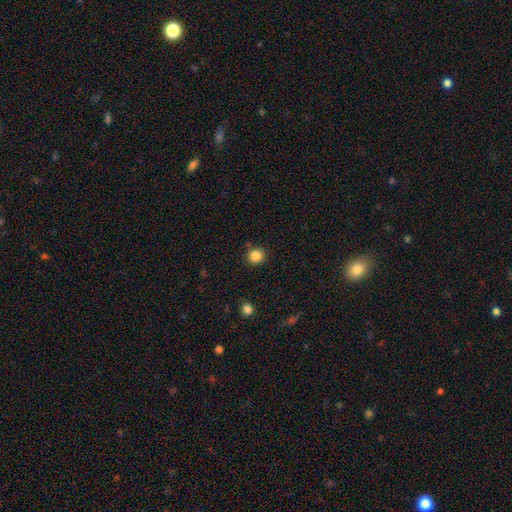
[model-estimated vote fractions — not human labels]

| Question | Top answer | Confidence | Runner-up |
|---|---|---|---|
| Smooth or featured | smooth | 85% | star or artifact (11%) |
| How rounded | round | 92% | in between (7%) |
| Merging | none | 88% | minor disturbance (8%) |